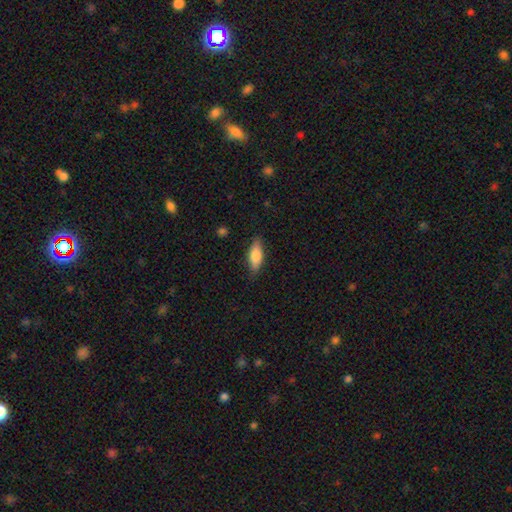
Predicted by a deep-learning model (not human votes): A smooth galaxy with no disk features (77%) that is in between round and cigar-shaped (71%). Merging: none (84%).